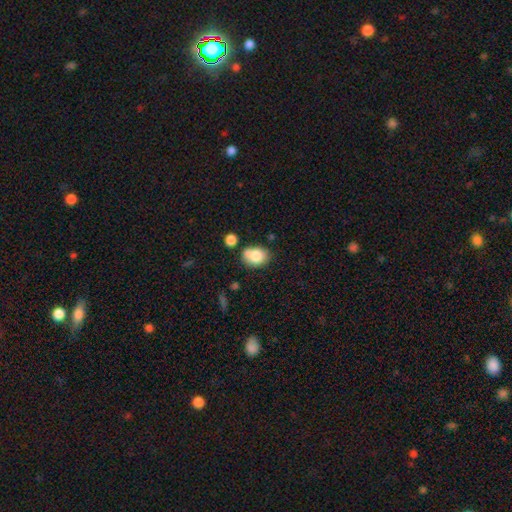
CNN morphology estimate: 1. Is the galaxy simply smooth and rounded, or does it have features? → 79% smooth, 13% featured or disk, 9% star or artifact.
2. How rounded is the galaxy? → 63% in between, 36% round, 1% cigar-shaped.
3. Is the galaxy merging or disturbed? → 56% none, 21% merger, 17% minor disturbance, 5% major disturbance.